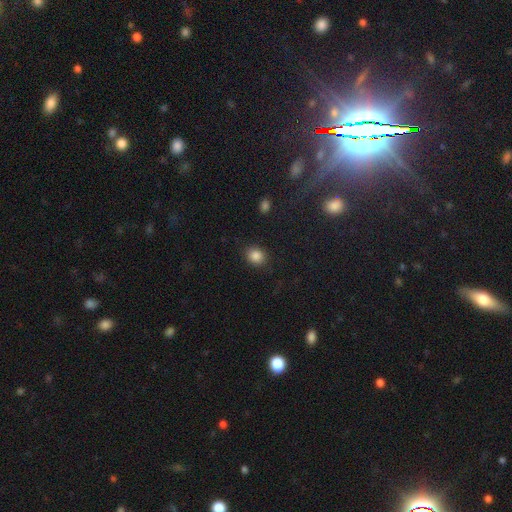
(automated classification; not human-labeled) smooth-or-featured: smooth: 86% | star or artifact: 10% | featured or disk: 4%
  how-rounded: round: 68% | in between: 31% | cigar-shaped: 1%
  merging: none: 86% | minor disturbance: 10% | major disturbance: 3% | merger: 1%